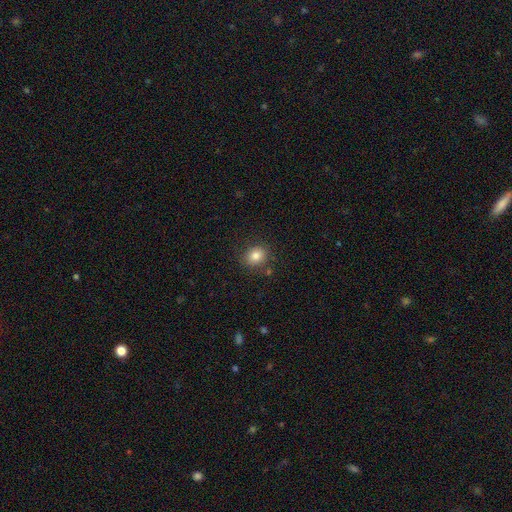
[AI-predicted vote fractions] Overall: smooth (82%). How rounded: round (70%). Merging: none (83%).